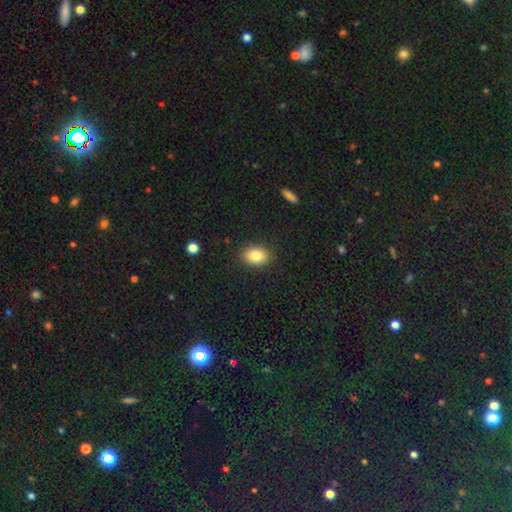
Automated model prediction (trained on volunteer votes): smooth_or_featured: smooth (p=0.85) [alt: star or artifact p=0.09]
how_rounded: in between (p=0.76) [alt: round p=0.22]
merging: none (p=0.88) [alt: minor disturbance p=0.09]